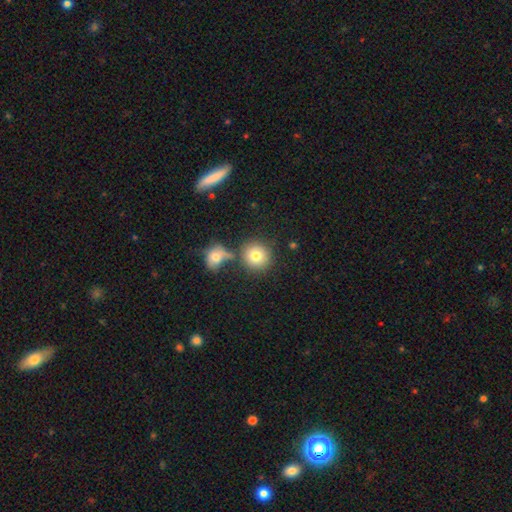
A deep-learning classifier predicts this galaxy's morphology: Smooth or featured? Predicted: smooth (p=0.78). How rounded? Predicted: round (p=0.90). Merging? Predicted: none (p=0.69).